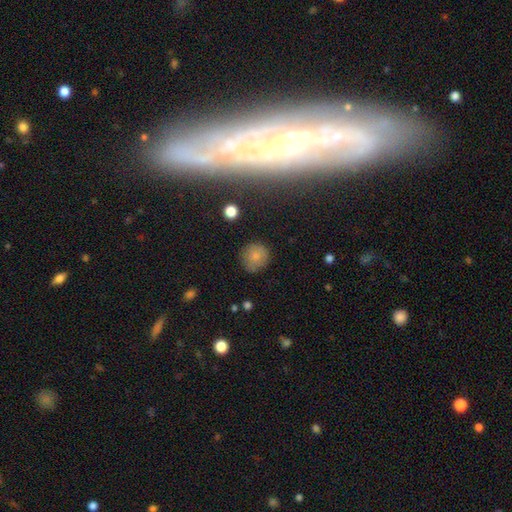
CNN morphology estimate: A smooth galaxy with no disk features (80%) that is round (92%). Merging: none (82%).